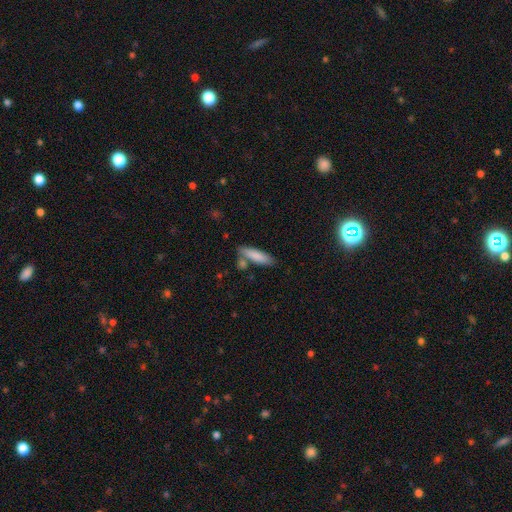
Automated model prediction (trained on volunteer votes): A smooth galaxy with no disk features (84%) that is cigar-shaped (60%). Merging: none (68%).